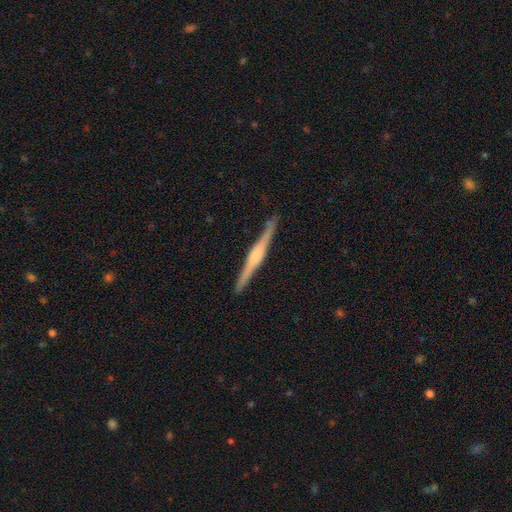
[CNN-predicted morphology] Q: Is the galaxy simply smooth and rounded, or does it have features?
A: featured or disk — 77%.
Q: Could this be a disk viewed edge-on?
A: yes — 98%.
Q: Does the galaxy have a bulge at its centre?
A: rounded — 56%.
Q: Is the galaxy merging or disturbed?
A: none — 90%.